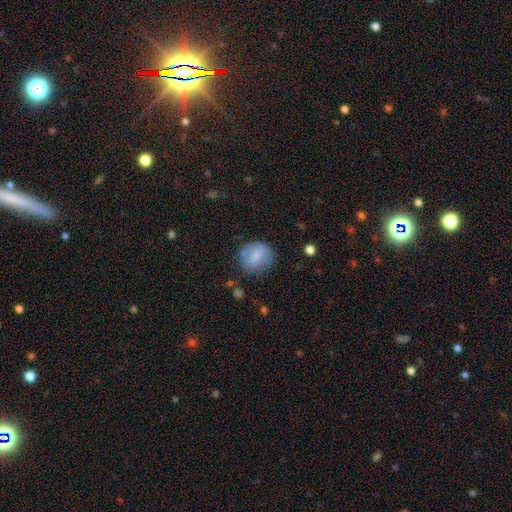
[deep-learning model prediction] A smooth galaxy with no disk features (67%) that is round (63%). Merging: none (69%).